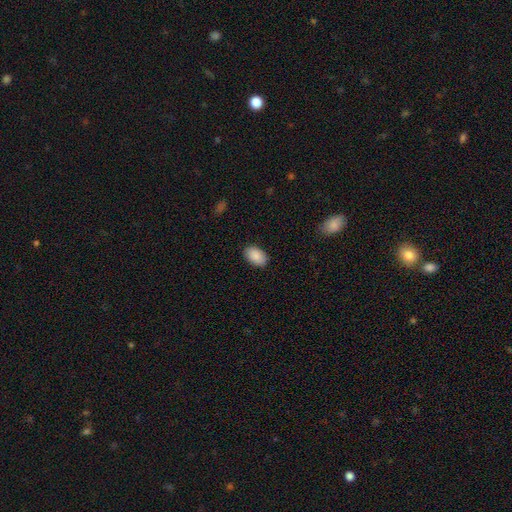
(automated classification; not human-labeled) This appears to be a smooth galaxy with no disk features (90%) that is in between round and cigar-shaped (91%). Merging: none (88%).